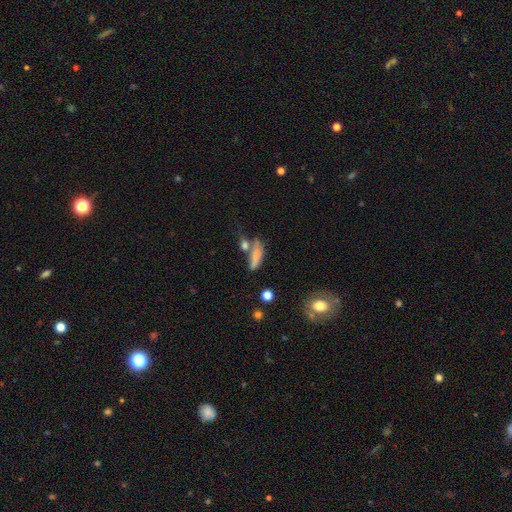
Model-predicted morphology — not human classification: A smooth galaxy with no disk features (73%) that is cigar-shaped (54%).

Vote fractions:
- Smooth or featured? smooth: 73% / featured or disk: 18% / star or artifact: 9%
- How rounded? cigar-shaped: 54% / in between: 42% / round: 5%
- Merging? none: 42% / merger: 30% / minor disturbance: 18% / major disturbance: 11%